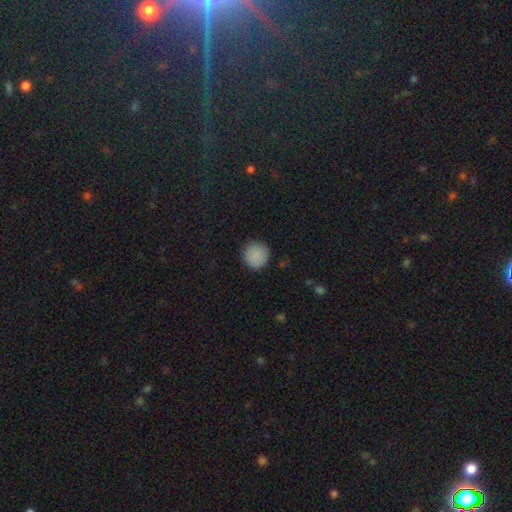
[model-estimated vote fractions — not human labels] A smooth galaxy with no disk features (87%) that is round (94%).

Vote fractions:
- Smooth or featured? smooth: 87% / star or artifact: 9% / featured or disk: 4%
- How rounded? round: 94% / in between: 5% / cigar-shaped: 1%
- Merging? none: 87% / minor disturbance: 9% / major disturbance: 2% / merger: 1%